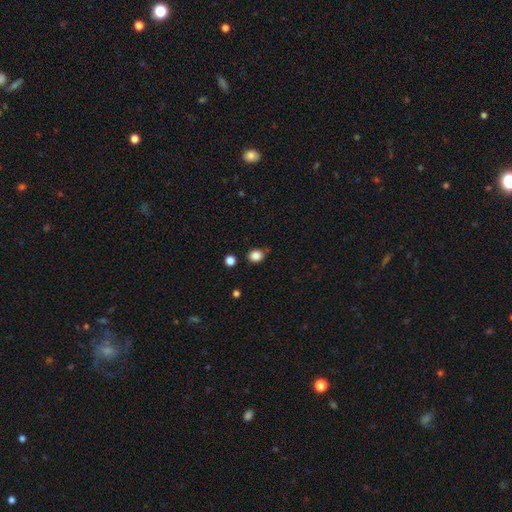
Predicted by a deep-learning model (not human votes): smooth-or-featured: smooth: 85% | star or artifact: 11% | featured or disk: 4%
  how-rounded: round: 68% | in between: 31% | cigar-shaped: 1%
  merging: none: 75% | minor disturbance: 17% | merger: 5% | major disturbance: 4%